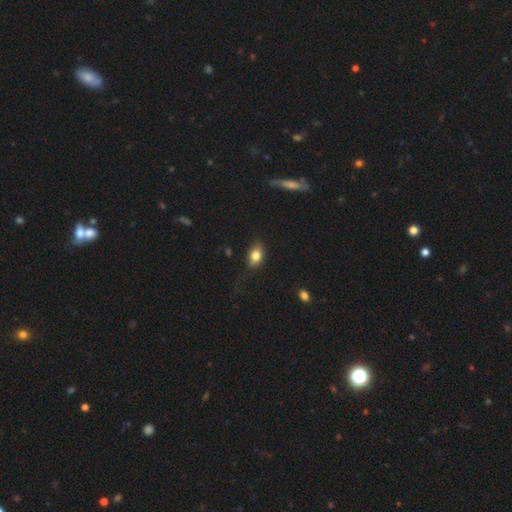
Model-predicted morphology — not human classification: Smooth or featured: smooth — 81% (featured or disk — 10%)
How rounded: in between — 76% (round — 21%)
Merging: none — 75% (minor disturbance — 18%)